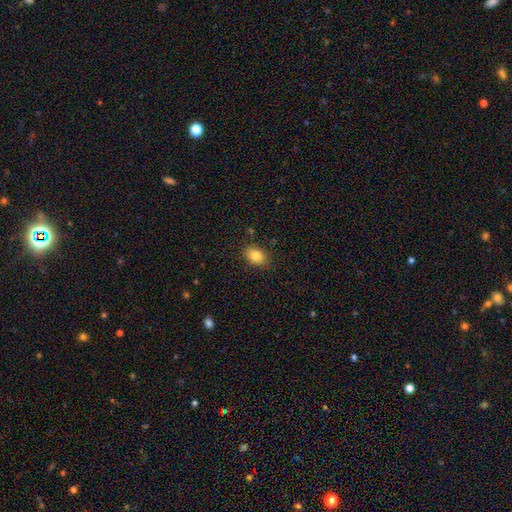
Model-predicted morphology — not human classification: smooth-or-featured: smooth: 83% | star or artifact: 9% | featured or disk: 8%
  how-rounded: in between: 77% | round: 22% | cigar-shaped: 1%
  merging: none: 85% | minor disturbance: 11% | major disturbance: 3% | merger: 1%